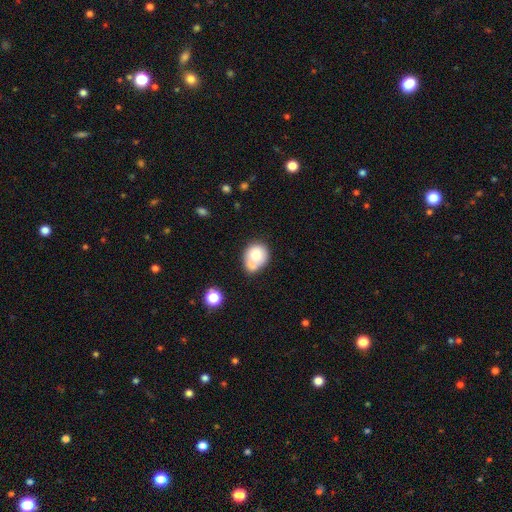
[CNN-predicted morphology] Smooth or featured? Predicted: smooth (p=0.77). How rounded? Predicted: round (p=0.61). Merging? Predicted: none (p=0.39).